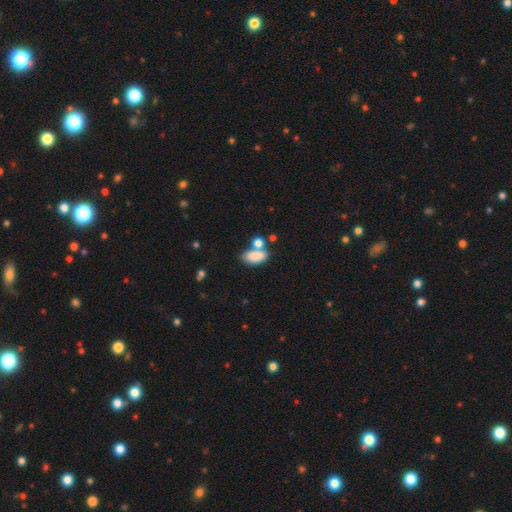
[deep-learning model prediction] Smooth or featured: smooth — 84% (featured or disk — 8%)
How rounded: in between — 91% (round — 6%)
Merging: none — 48% (merger — 34%)